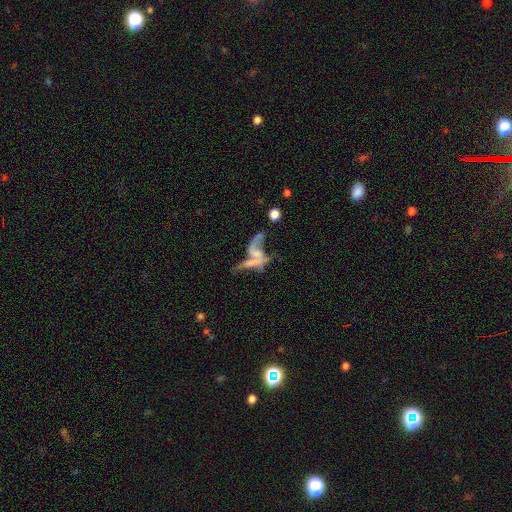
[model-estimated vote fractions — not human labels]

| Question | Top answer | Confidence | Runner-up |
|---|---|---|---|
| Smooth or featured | featured or disk | 56% | smooth (30%) |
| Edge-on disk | no | 84% | yes (16%) |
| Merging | merger | 49% | major disturbance (24%) |